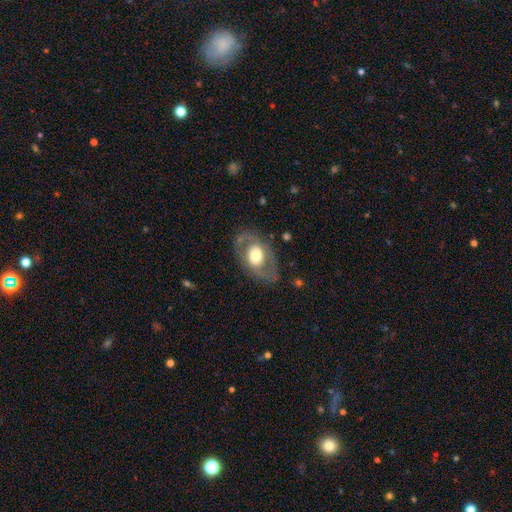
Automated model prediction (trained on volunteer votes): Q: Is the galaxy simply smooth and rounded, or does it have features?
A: featured or disk — 56%.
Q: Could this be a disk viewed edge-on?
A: no — 92%.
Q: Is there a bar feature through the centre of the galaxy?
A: no — 75%.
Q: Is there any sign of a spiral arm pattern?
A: no — 67%.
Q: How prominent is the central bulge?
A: moderate — 52%.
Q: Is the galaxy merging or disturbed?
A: none — 75%.